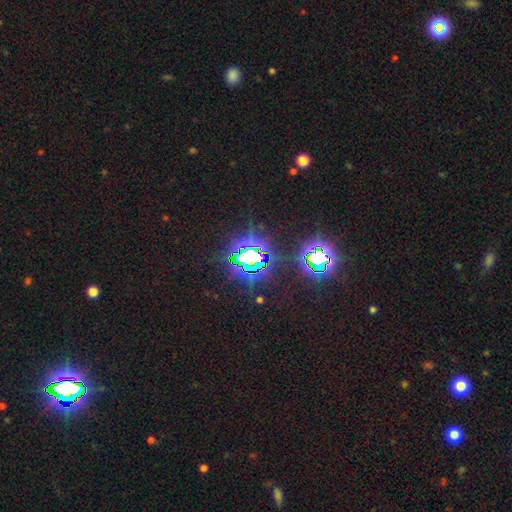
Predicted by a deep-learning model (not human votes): Morphology: type=star or artifact (81%).